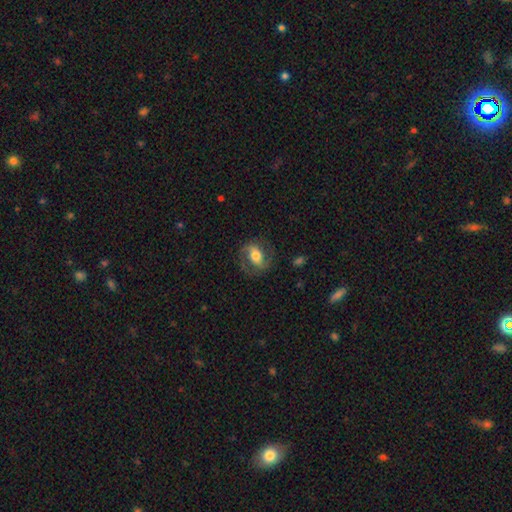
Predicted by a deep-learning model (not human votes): Overall: featured or disk (65%; smooth 28%). Edge-on disk: no (96%). Bar: weak (36%; strong 32%). Spiral arms: yes (85%). Spiral arm count: 2 (87%). Spiral winding: medium (50%; tight 26%). Bulge size: moderate (61%; large 21%). Merging: none (73%).